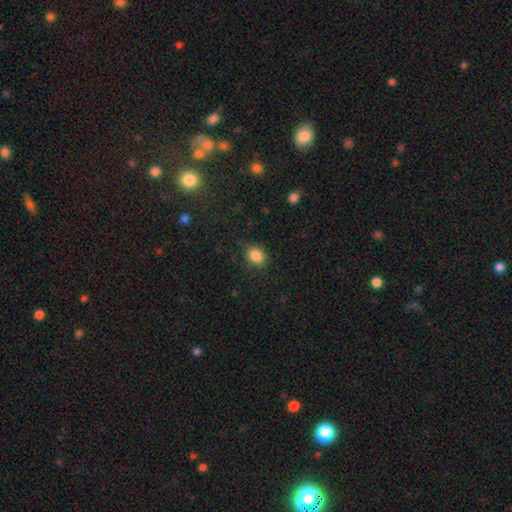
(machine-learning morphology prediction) This is clearly a smooth galaxy (86%). How rounded: possibly round (50%). Merging: clearly none (84%).